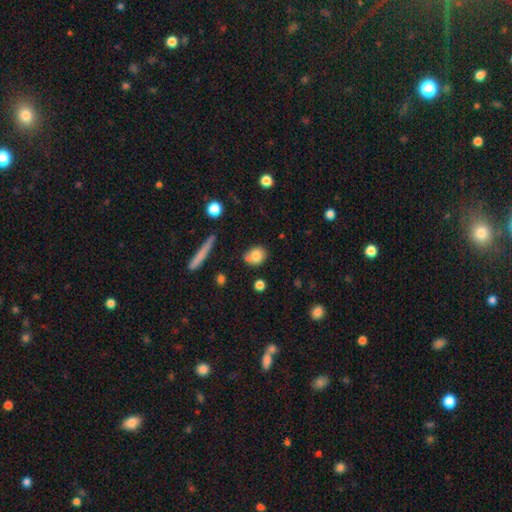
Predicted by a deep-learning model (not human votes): A smooth galaxy with no disk features (78%) that is round (62%). Merging: none (64%).